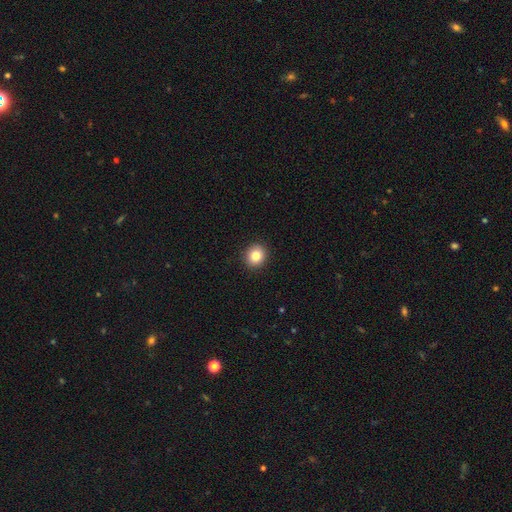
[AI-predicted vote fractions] This is clearly a smooth galaxy (83%). How rounded: clearly round (81%). Merging: clearly none (92%).